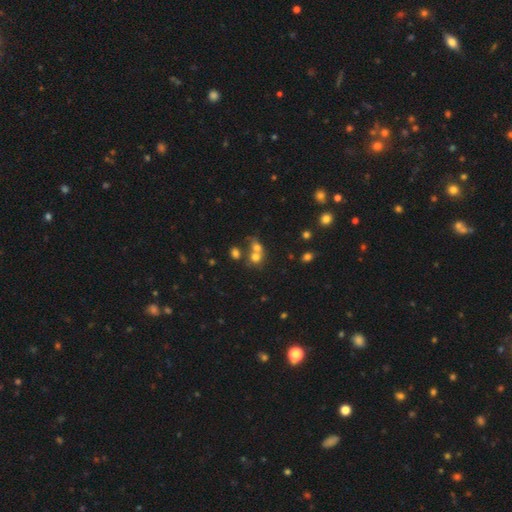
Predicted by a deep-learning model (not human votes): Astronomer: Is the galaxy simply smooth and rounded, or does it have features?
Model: smooth — 66%.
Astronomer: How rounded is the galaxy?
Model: round — 72%.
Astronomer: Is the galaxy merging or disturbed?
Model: merger — 56% (runner-up: none, 33%).